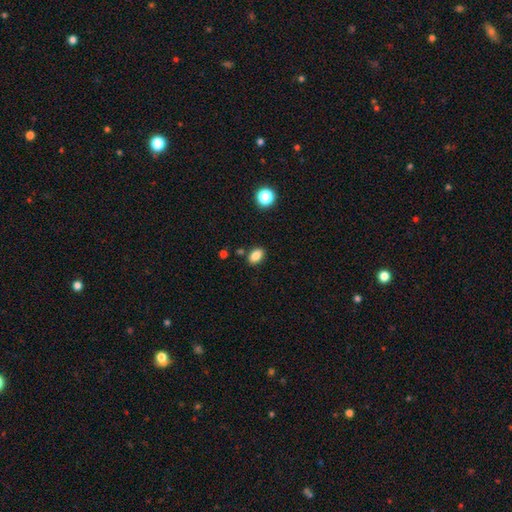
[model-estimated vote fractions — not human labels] smooth-or-featured: smooth: 84% | star or artifact: 10% | featured or disk: 6%
  how-rounded: in between: 85% | round: 13% | cigar-shaped: 2%
  merging: none: 84% | minor disturbance: 10% | merger: 4% | major disturbance: 2%